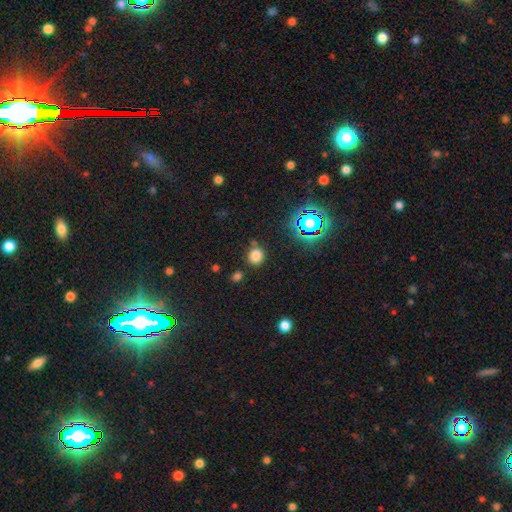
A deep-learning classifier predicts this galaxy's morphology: Smooth or featured?
  - smooth: 75% *
  - star or artifact: 19%
  - featured or disk: 5%
How rounded?
  - round: 81% *
  - in between: 17%
  - cigar-shaped: 1%
Merging?
  - none: 78% *
  - minor disturbance: 11%
  - merger: 7%
  - major disturbance: 4%